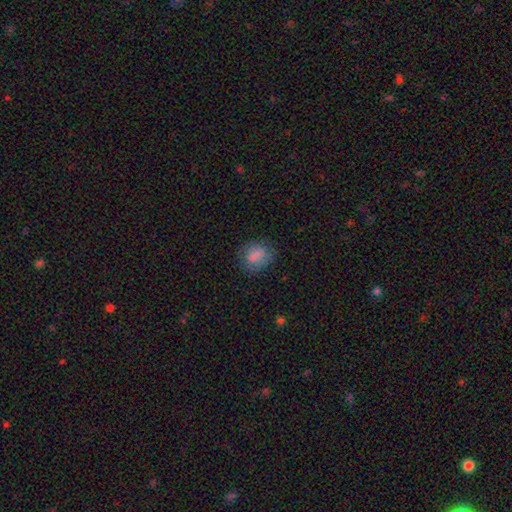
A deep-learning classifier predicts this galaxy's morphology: Smooth or featured? Predicted: smooth (p=0.77). How rounded? Predicted: round (p=0.56). Merging? Predicted: none (p=0.70).